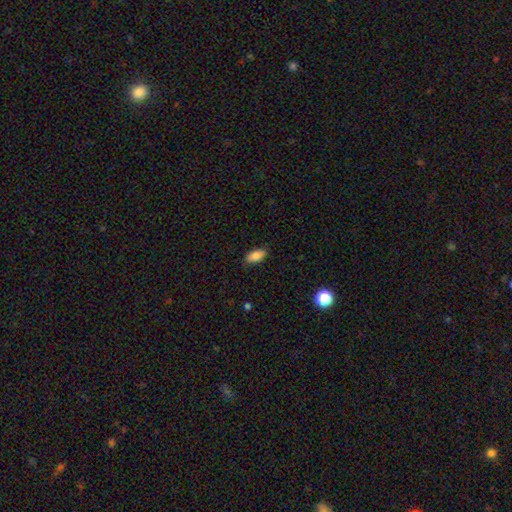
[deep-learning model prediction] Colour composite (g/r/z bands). It shows a smooth galaxy with no disk features (85%) that is in between round and cigar-shaped (90%). Merging: none (85%).